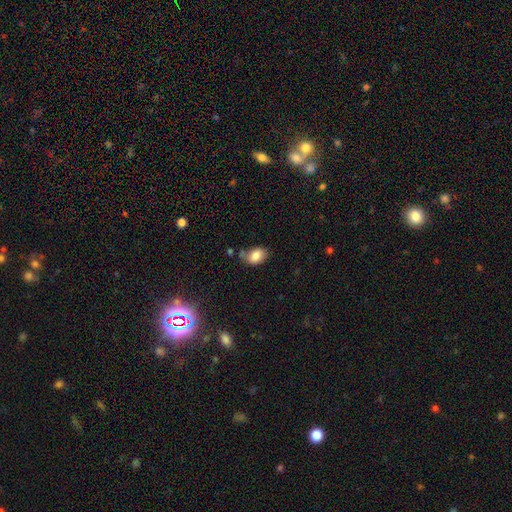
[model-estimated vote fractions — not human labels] Smooth or featured? Predicted: smooth (p=0.83). How rounded? Predicted: in between (p=0.82). Merging? Predicted: none (p=0.62).